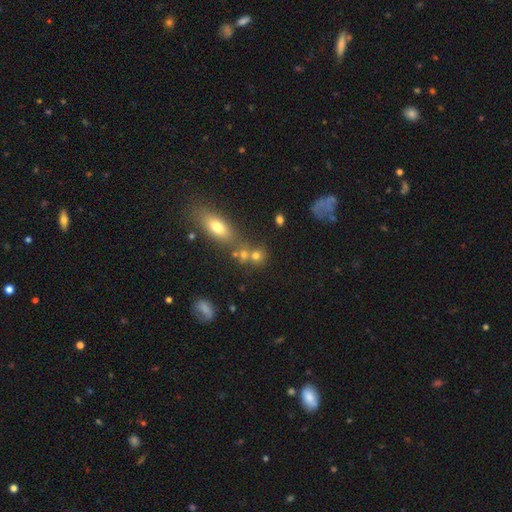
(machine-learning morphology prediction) A smooth galaxy with no disk features (69%) that is round (78%).

Vote fractions:
- Smooth or featured? smooth: 69% / star or artifact: 17% / featured or disk: 13%
- How rounded? round: 78% / in between: 20% / cigar-shaped: 2%
- Merging? none: 51% / merger: 34% / minor disturbance: 10% / major disturbance: 5%